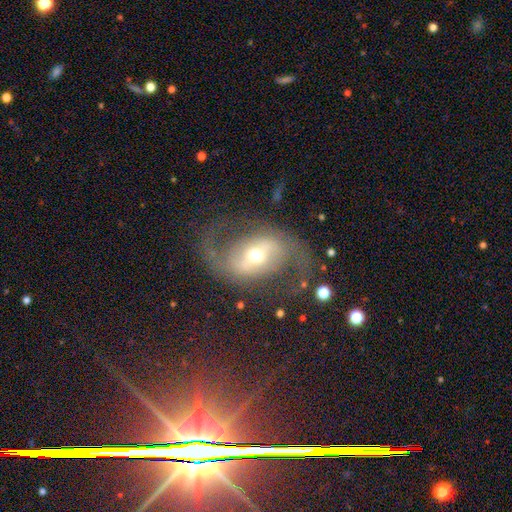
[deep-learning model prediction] smooth_or_featured: featured or disk (p=0.85) [alt: smooth p=0.09]
disk_edge_on: no (p=0.96) [alt: yes p=0.04]
bar: strong (p=0.44) [alt: weak p=0.35]
has_spiral_arms: yes (p=0.90) [alt: no p=0.10]
spiral_winding: loose (p=0.45) [tied with: medium p=0.45]
spiral_arm_count: 2 (p=0.92) [alt: can't tell p=0.03]
bulge_size: moderate (p=0.61) [alt: small p=0.30]
merging: none (p=0.74) [alt: major disturbance p=0.12]